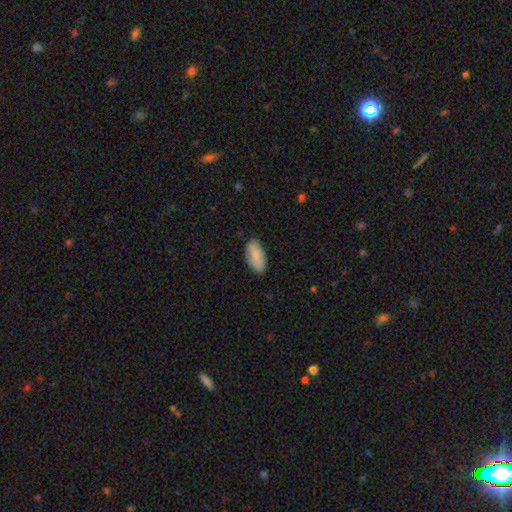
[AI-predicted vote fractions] Smooth or featured? Predicted: smooth (p=0.87). How rounded? Predicted: in between (p=0.91). Merging? Predicted: none (p=0.83).